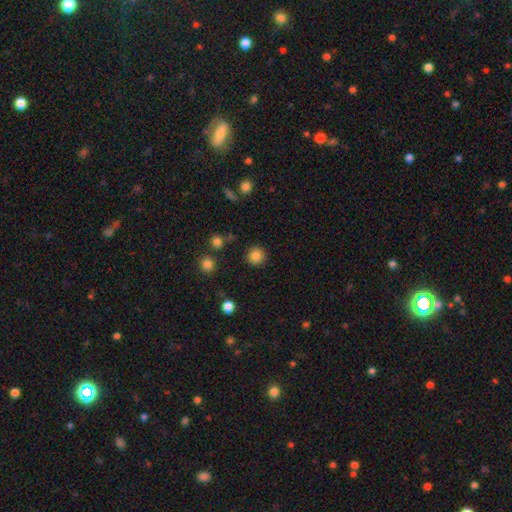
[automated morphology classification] Q: Smooth or featured?
A: smooth (85%); runner-up: star or artifact (11%)
Q: How rounded?
A: round (92%); runner-up: in between (7%)
Q: Merging?
A: none (89%); runner-up: minor disturbance (6%)